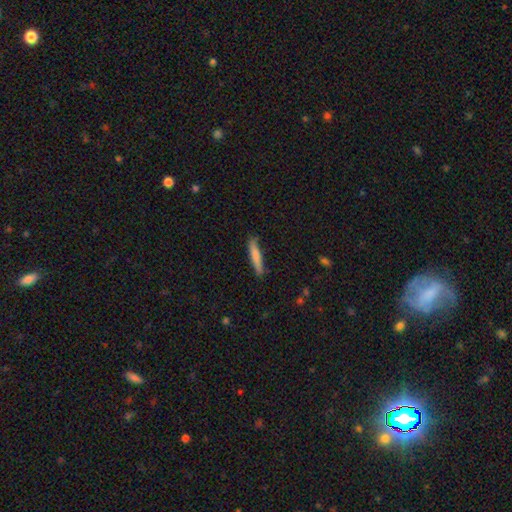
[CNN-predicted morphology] This is likely a smooth galaxy (77%). How rounded: clearly cigar-shaped (91%). Merging: clearly none (84%).